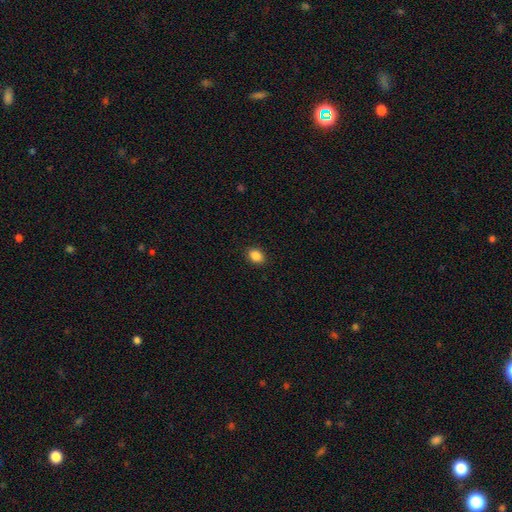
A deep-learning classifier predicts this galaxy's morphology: smooth 87%, star or artifact 9%, featured or disk 3%. Down the decision tree: how rounded — in between (66%); merging — none (90%).